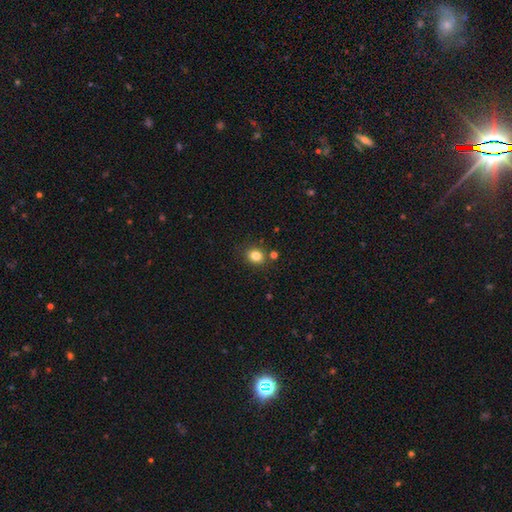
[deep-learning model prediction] A smooth galaxy with no disk features (82%) that is round (66%).

Vote fractions:
- Smooth or featured? smooth: 82% / star or artifact: 12% / featured or disk: 6%
- How rounded? round: 66% / in between: 33% / cigar-shaped: 1%
- Merging? none: 81% / minor disturbance: 10% / merger: 6% / major disturbance: 3%